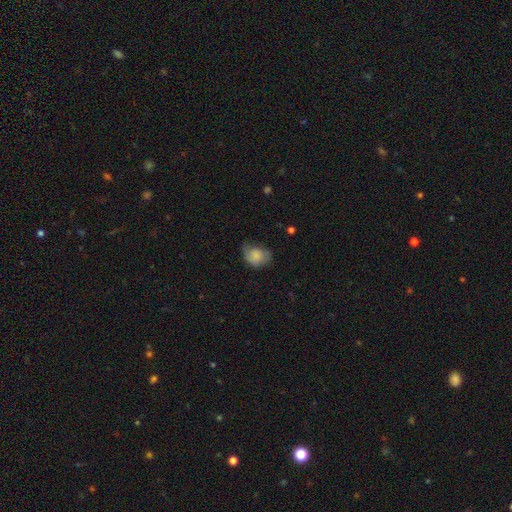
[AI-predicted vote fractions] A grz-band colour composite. It shows a smooth galaxy with no disk features (78%) that is in between round and cigar-shaped (58%). Merging: none (43%).